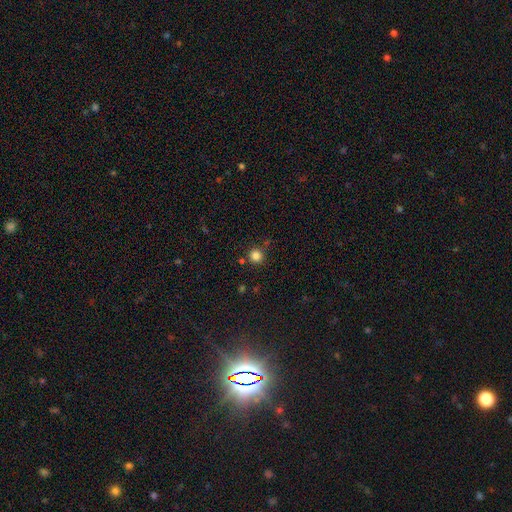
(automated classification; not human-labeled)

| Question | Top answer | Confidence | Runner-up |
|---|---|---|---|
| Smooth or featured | smooth | 82% | star or artifact (13%) |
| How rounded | round | 93% | in between (6%) |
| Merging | none | 83% | minor disturbance (8%) |